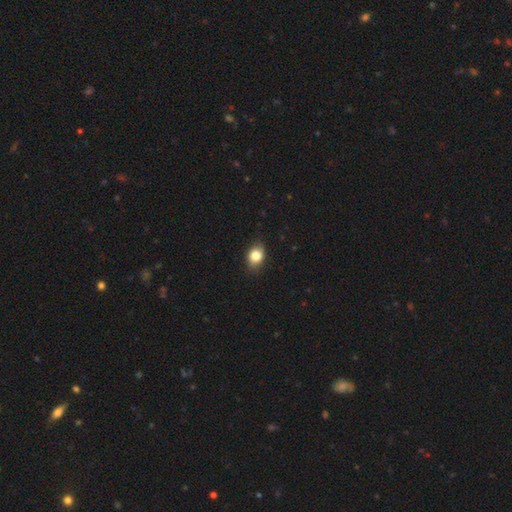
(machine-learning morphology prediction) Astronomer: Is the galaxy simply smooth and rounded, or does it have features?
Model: smooth — 81%.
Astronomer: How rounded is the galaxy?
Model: in between — 69%.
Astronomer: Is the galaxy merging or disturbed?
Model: none — 82%.